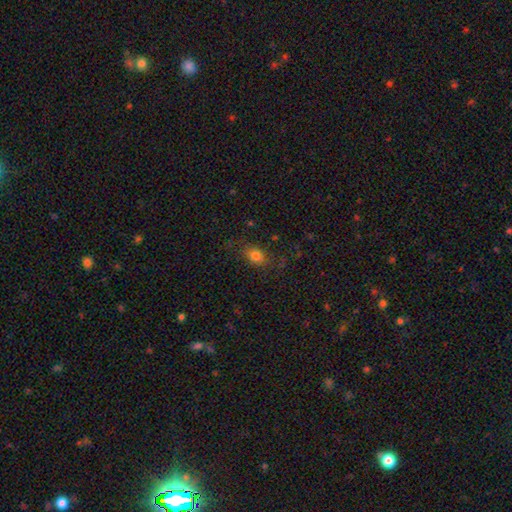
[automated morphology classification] Overall: smooth (79%). How rounded: in between (61%; round 37%). Merging: none (76%).